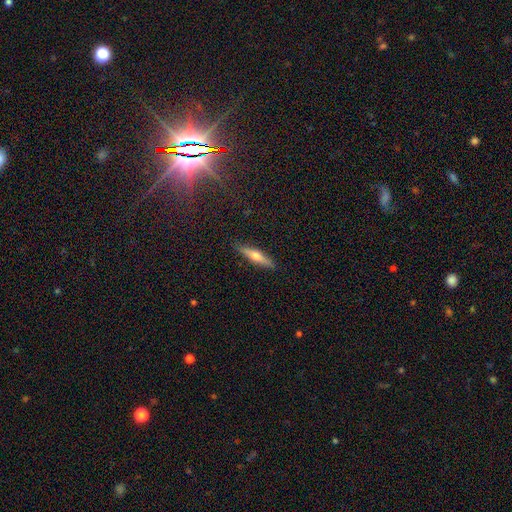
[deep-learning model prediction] Morphology: type=featured or disk (50%); merging=none (90%).